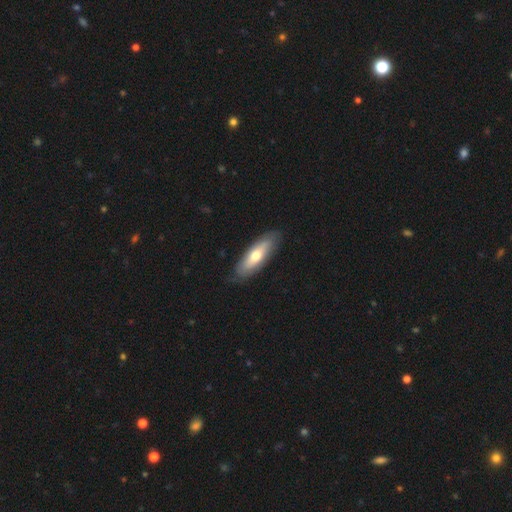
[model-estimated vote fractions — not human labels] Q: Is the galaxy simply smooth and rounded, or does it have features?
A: smooth — 60%.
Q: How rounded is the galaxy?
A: in between — 59%.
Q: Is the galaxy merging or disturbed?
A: none — 80%.